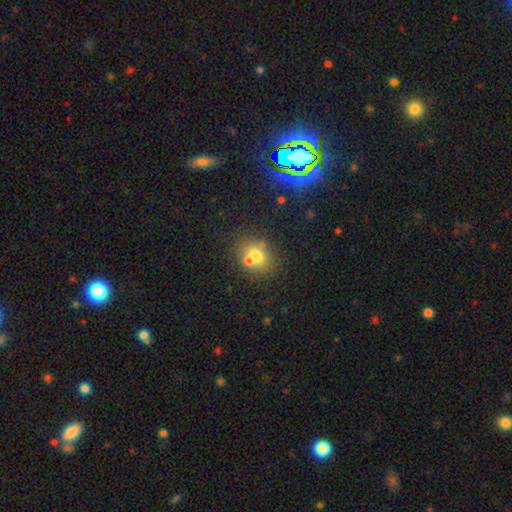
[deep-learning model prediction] Smooth or featured? Predicted: smooth (p=0.66). How rounded? Predicted: round (p=0.65). Merging? Predicted: none (p=0.50).